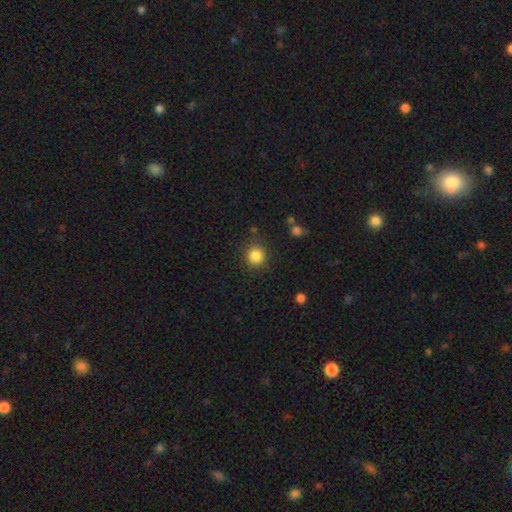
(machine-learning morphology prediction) Smooth or featured? Predicted: smooth (p=0.85). How rounded? Predicted: round (p=0.89). Merging? Predicted: none (p=0.86).